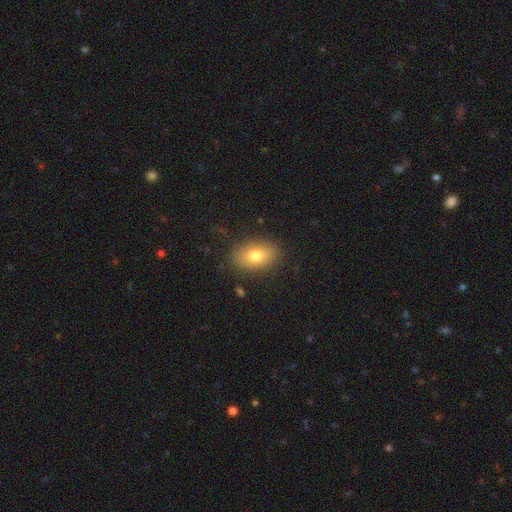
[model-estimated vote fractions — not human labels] smooth-or-featured: smooth: 77% | featured or disk: 14% | star or artifact: 9%
  how-rounded: in between: 87% | round: 11% | cigar-shaped: 2%
  merging: none: 85% | minor disturbance: 11% | major disturbance: 3% | merger: 1%